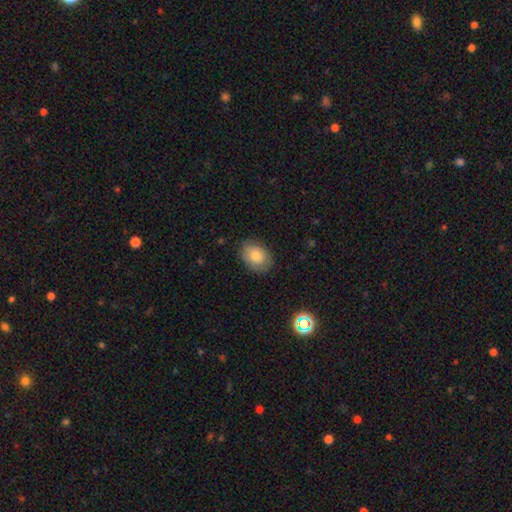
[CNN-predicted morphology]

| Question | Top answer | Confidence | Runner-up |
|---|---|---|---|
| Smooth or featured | smooth | 83% | featured or disk (10%) |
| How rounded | in between | 75% | round (24%) |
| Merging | none | 82% | minor disturbance (14%) |